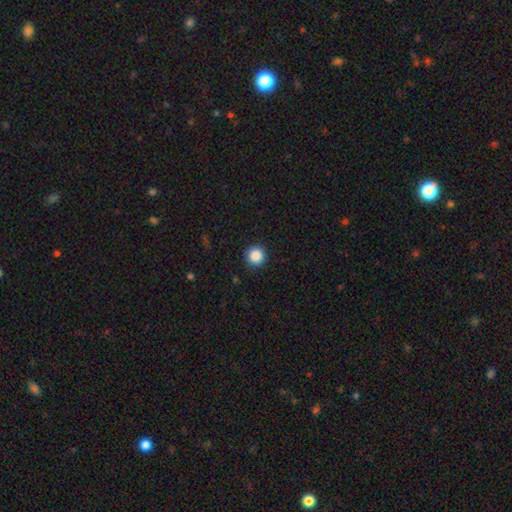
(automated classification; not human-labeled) Smooth or featured? smooth (87%)
How rounded? round (95%)
Merging? none (91%)